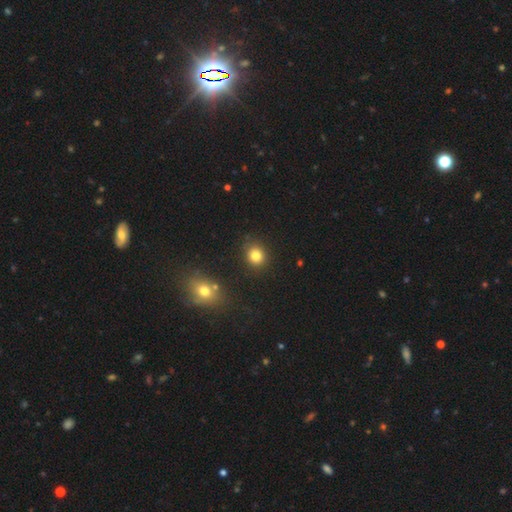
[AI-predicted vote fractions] This is clearly a smooth galaxy (82%). How rounded: likely round (80%). Merging: clearly none (86%).